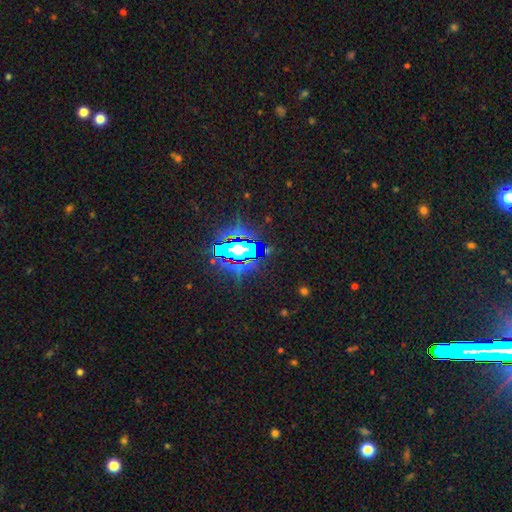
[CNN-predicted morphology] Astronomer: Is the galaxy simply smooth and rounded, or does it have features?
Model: star or artifact — 68%.